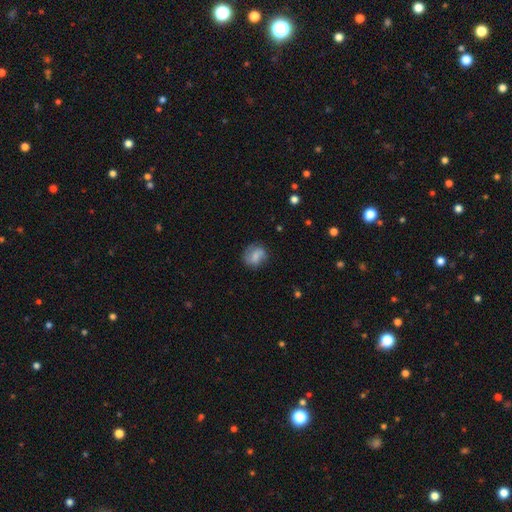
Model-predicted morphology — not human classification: A smooth galaxy with no disk features (57%) that is round (67%).

Vote fractions:
- Smooth or featured? smooth: 57% / featured or disk: 35% / star or artifact: 9%
- How rounded? round: 67% / in between: 32% / cigar-shaped: 1%
- Merging? none: 69% / minor disturbance: 22% / major disturbance: 8% / merger: 2%